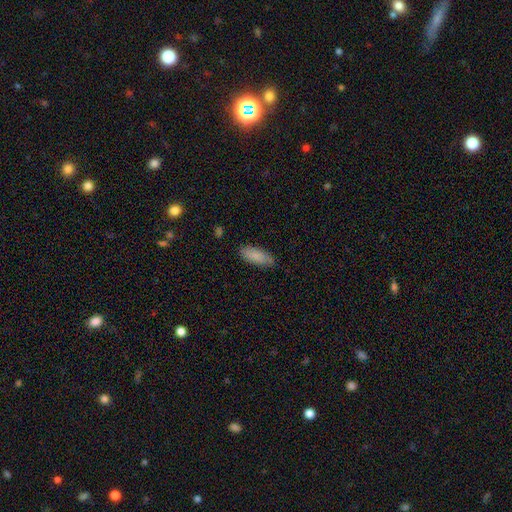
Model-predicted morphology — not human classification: This is clearly a smooth galaxy (86%). How rounded: clearly in between (82%). Merging: likely none (74%).